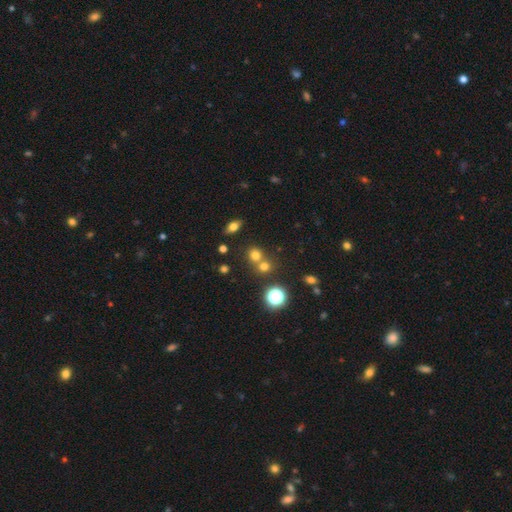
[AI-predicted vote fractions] smooth-or-featured: smooth: 67% | star or artifact: 23% | featured or disk: 10%
  how-rounded: round: 83% | in between: 16% | cigar-shaped: 1%
  merging: none: 54% | merger: 36% | minor disturbance: 7% | major disturbance: 3%